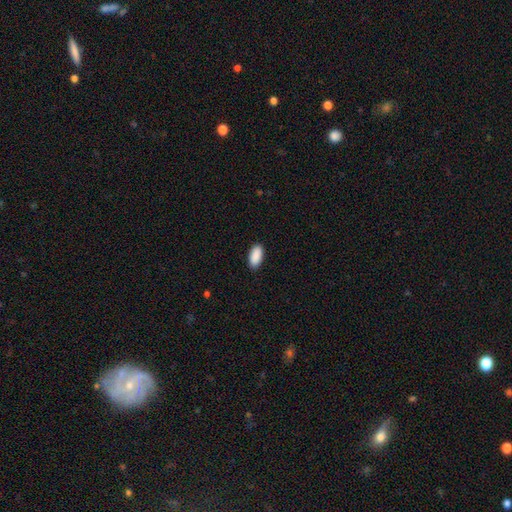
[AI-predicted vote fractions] Morphology: type=smooth (91%); roundness=in between (93%); merging=none (90%).